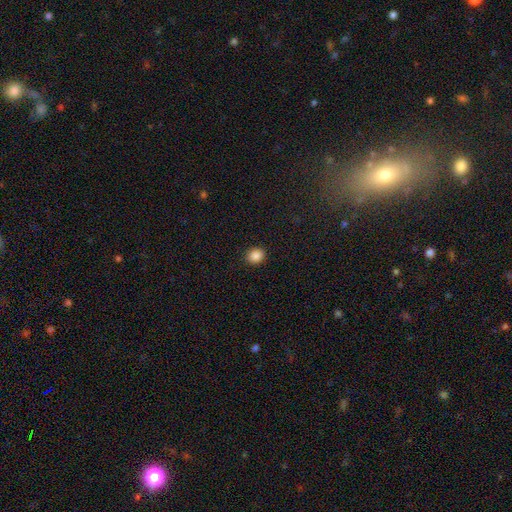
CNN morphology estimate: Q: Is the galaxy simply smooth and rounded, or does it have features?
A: smooth — 87%.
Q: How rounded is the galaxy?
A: round — 72%.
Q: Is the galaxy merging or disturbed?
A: none — 91%.